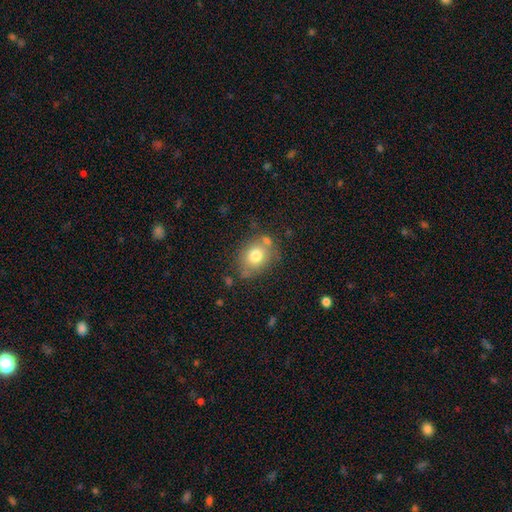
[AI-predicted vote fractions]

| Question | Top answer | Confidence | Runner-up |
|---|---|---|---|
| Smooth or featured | smooth | 75% | featured or disk (15%) |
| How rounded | in between | 52% | round (47%) |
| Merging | none | 67% | minor disturbance (17%) |